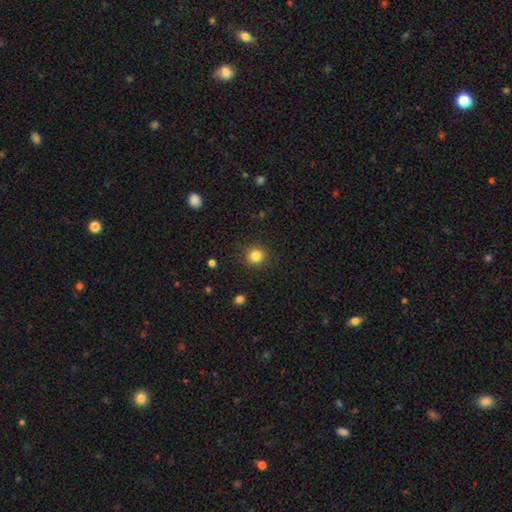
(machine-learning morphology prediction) Smooth or featured: smooth — 83% (star or artifact — 12%)
How rounded: round — 92% (in between — 8%)
Merging: none — 89% (minor disturbance — 7%)